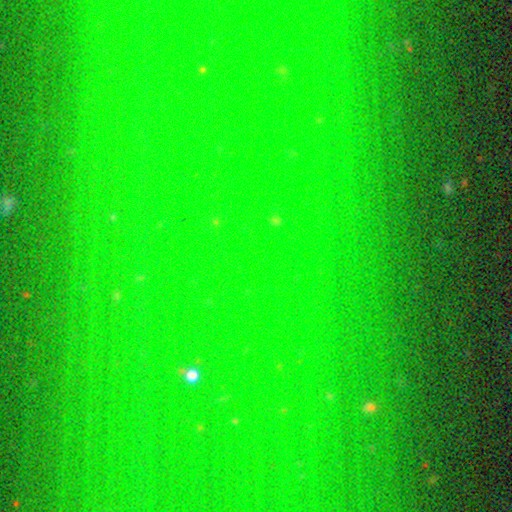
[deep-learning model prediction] Smooth or featured?
  - star or artifact: 79% *
  - smooth: 12%
  - featured or disk: 8%